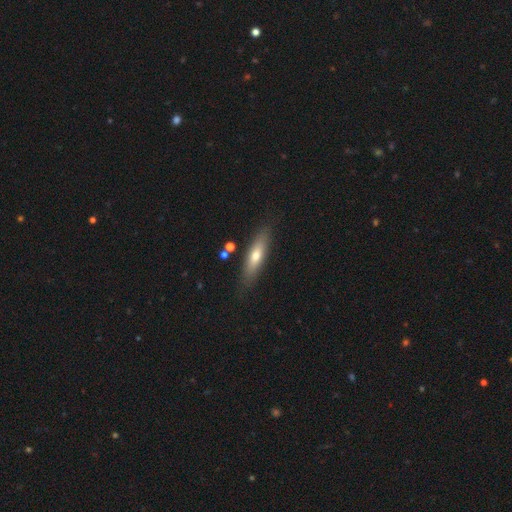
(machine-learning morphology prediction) smooth 59%, featured or disk 35%, star or artifact 7%. Down the decision tree: how rounded — cigar-shaped (65%); merging — none (84%).